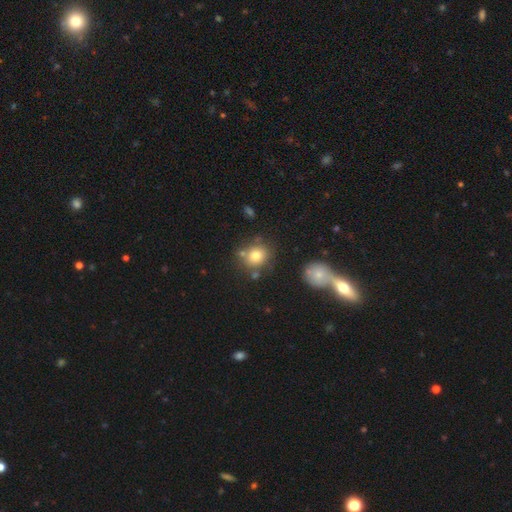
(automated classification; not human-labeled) smooth 77%, star or artifact 12%, featured or disk 11%. Down the decision tree: how rounded — round (79%); merging — none (71%).